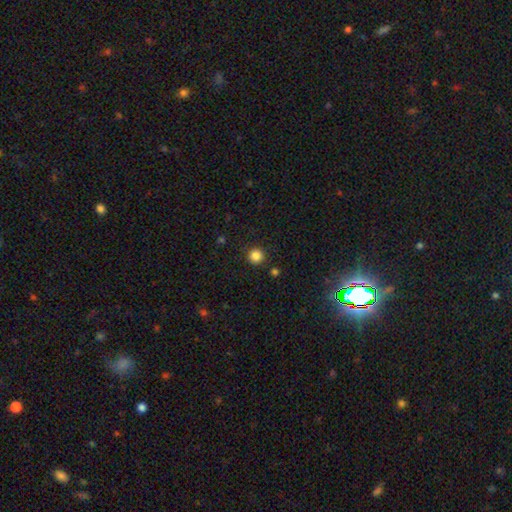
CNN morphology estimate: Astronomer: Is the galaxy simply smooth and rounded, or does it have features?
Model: smooth — 85%.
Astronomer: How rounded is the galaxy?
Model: round — 95%.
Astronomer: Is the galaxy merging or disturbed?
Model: none — 91%.